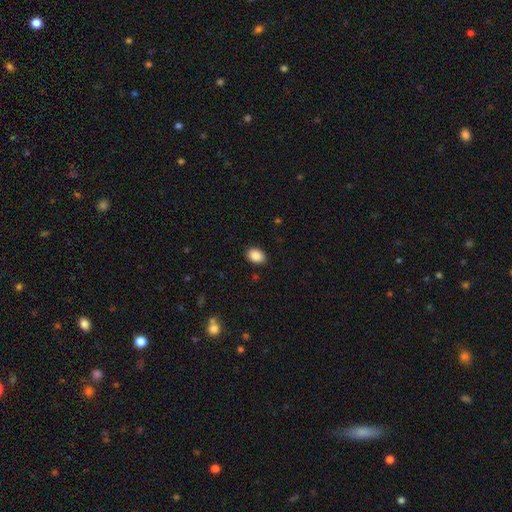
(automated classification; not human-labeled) This appears to be a smooth galaxy with no disk features (89%) that is in between round and cigar-shaped (73%). Merging: none (88%).